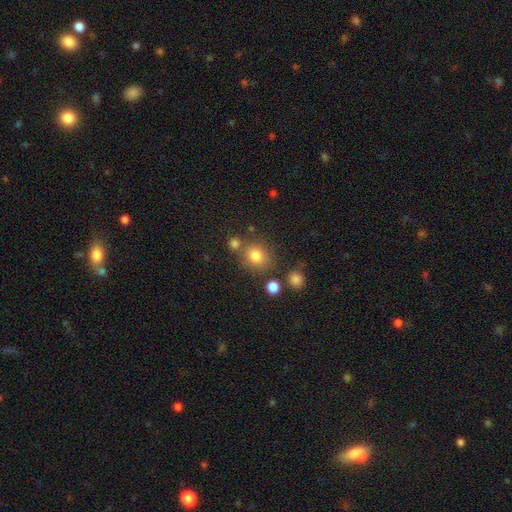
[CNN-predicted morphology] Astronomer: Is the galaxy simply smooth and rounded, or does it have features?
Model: smooth — 79%.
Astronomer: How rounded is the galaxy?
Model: round — 80%.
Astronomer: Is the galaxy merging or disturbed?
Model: none — 69%.